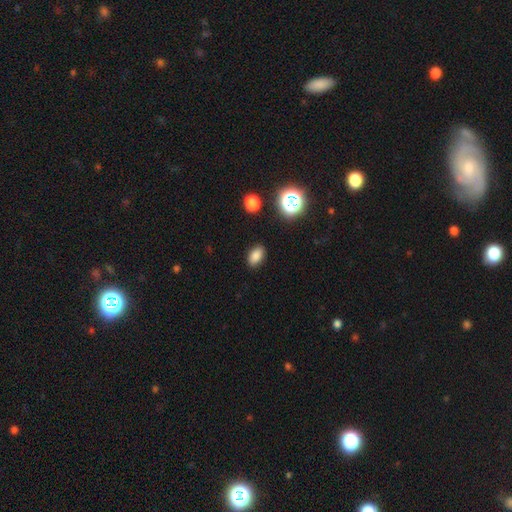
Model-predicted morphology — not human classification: type=smooth (81%); roundness=in between (87%); merging=none (87%).